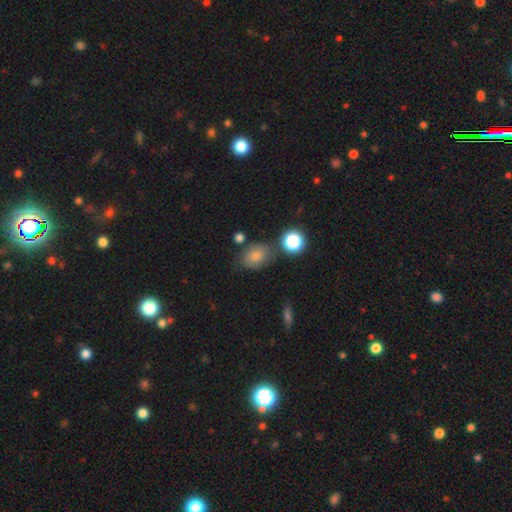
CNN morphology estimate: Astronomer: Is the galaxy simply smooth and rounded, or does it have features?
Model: smooth — 72%.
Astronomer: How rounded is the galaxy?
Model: in between — 65%.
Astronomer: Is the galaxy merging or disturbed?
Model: none — 68%.